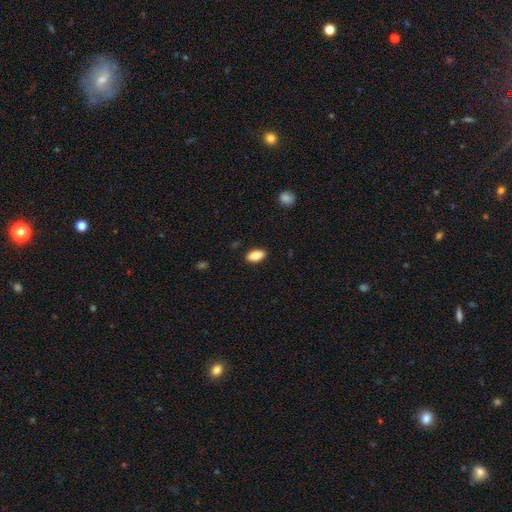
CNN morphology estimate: Smooth or featured: smooth — 83% (featured or disk — 9%)
How rounded: in between — 91% (cigar-shaped — 6%)
Merging: none — 89% (minor disturbance — 8%)